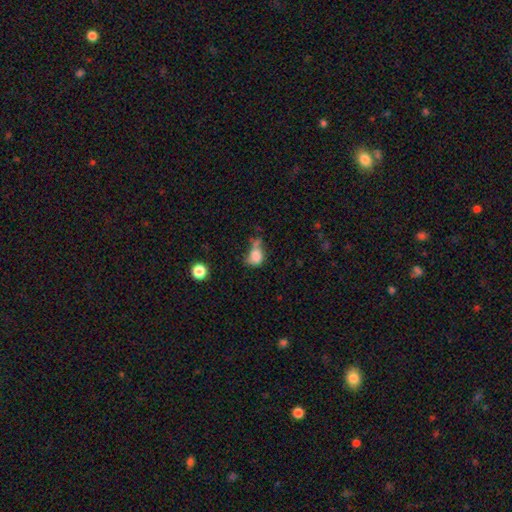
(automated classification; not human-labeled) smooth_or_featured: smooth (p=0.75) [alt: featured or disk p=0.13]
how_rounded: in between (p=0.59) [alt: round p=0.39]
merging: major disturbance (p=0.28) [alt: none p=0.26]